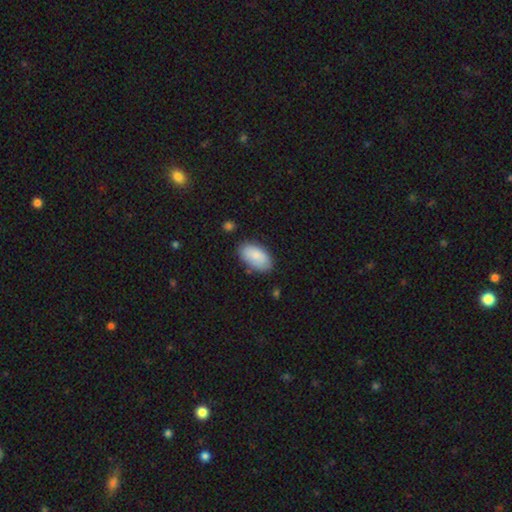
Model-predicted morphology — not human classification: Smooth or featured: smooth — 84% (featured or disk — 10%)
How rounded: in between — 95% (round — 3%)
Merging: none — 79% (minor disturbance — 15%)